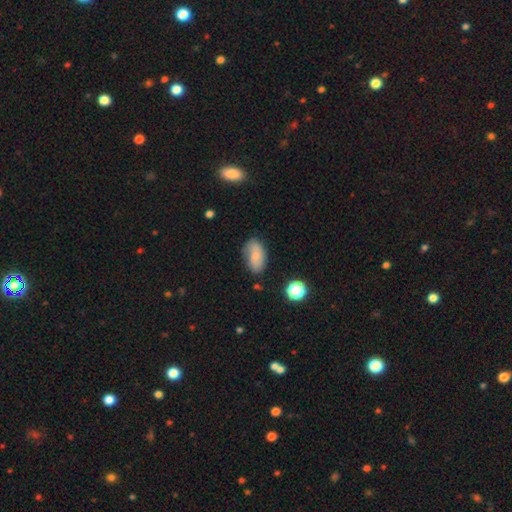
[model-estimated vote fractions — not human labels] A smooth galaxy with no disk features (76%) that is in between round and cigar-shaped (91%).

Vote fractions:
- Smooth or featured? smooth: 76% / featured or disk: 15% / star or artifact: 9%
- How rounded? in between: 91% / round: 6% / cigar-shaped: 2%
- Merging? none: 67% / minor disturbance: 24% / major disturbance: 6% / merger: 3%